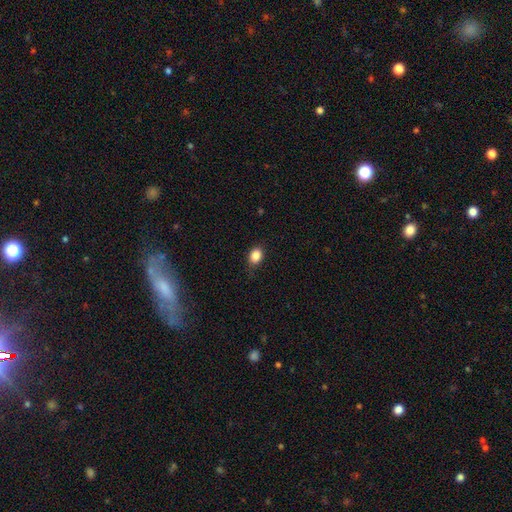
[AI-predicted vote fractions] The model was most divided on "how rounded": in between: 70%, round: 29%, cigar-shaped: 1%. More confident: smooth or featured — smooth (86%); merging — none (78%).